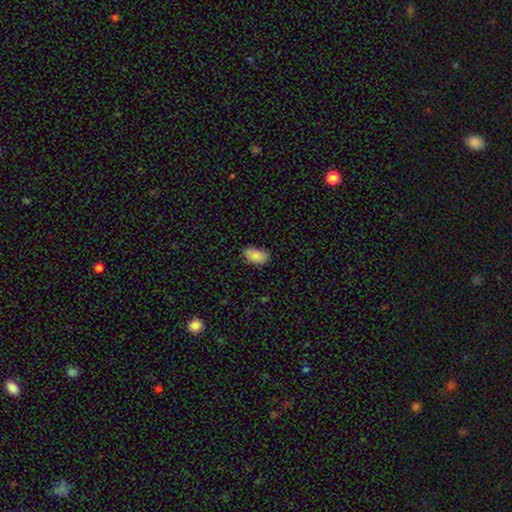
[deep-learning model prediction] Smooth or featured? smooth (87%)
How rounded? in between (94%)
Merging? none (77%)